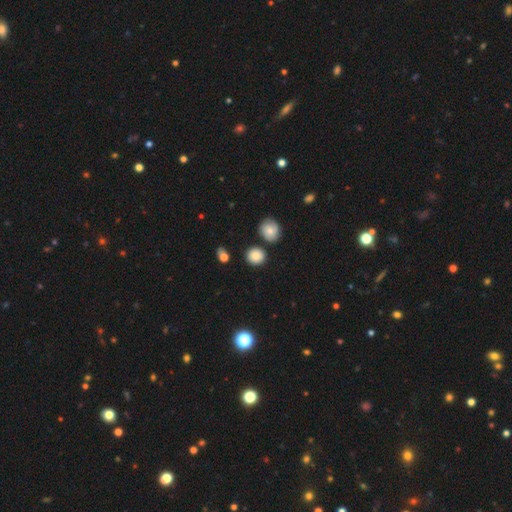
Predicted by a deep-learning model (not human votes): smooth_or_featured: smooth (p=0.84) [alt: star or artifact p=0.09]
how_rounded: round (p=0.86) [alt: in between p=0.13]
merging: none (p=0.82) [alt: minor disturbance p=0.09]